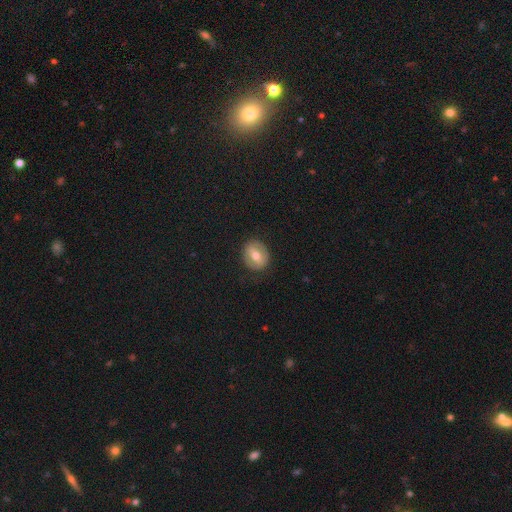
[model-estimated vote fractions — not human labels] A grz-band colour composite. It shows a smooth galaxy with no disk features (48%). Merging: none (85%).